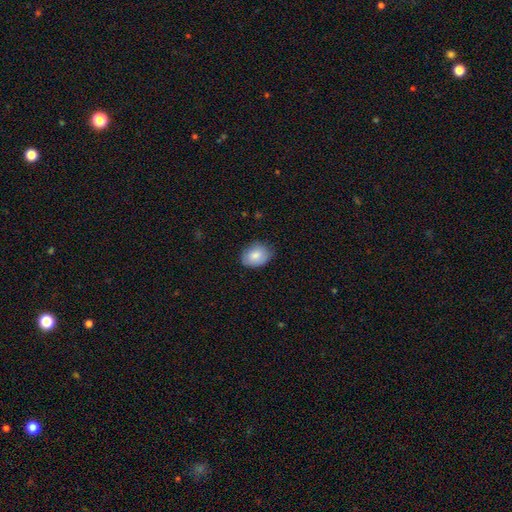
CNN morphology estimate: Smooth or featured? smooth (83%)
How rounded? in between (65%)
Merging? none (78%)